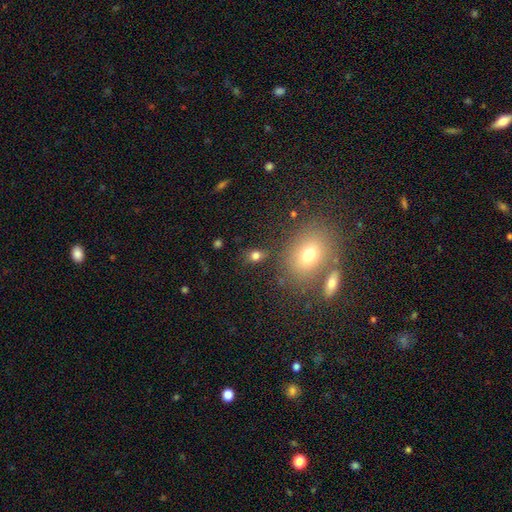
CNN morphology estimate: A smooth galaxy with no disk features (76%) that is in between round and cigar-shaped (55%).

Vote fractions:
- Smooth or featured? smooth: 76% / star or artifact: 16% / featured or disk: 8%
- How rounded? in between: 55% / round: 43% / cigar-shaped: 3%
- Merging? none: 75% / minor disturbance: 13% / merger: 7% / major disturbance: 5%